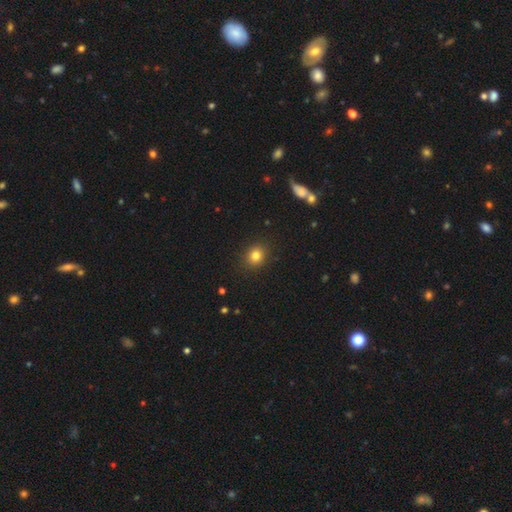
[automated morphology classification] smooth_or_featured: smooth (p=0.81) [alt: star or artifact p=0.12]
how_rounded: round (p=0.74) [alt: in between p=0.25]
merging: none (p=0.90) [alt: minor disturbance p=0.07]